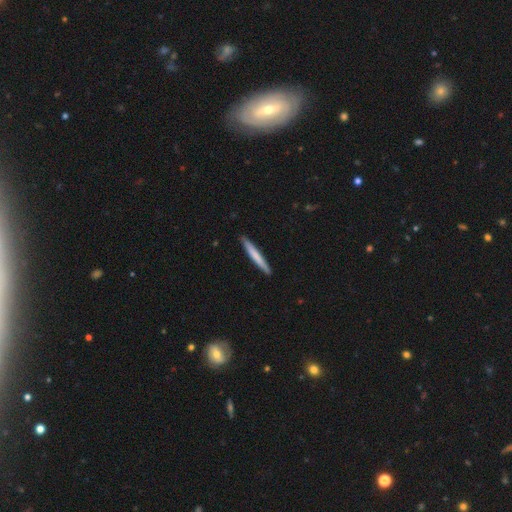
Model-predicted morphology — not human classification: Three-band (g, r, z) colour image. It shows a smooth galaxy with no disk features (67%) that is cigar-shaped (96%). Merging: none (91%).